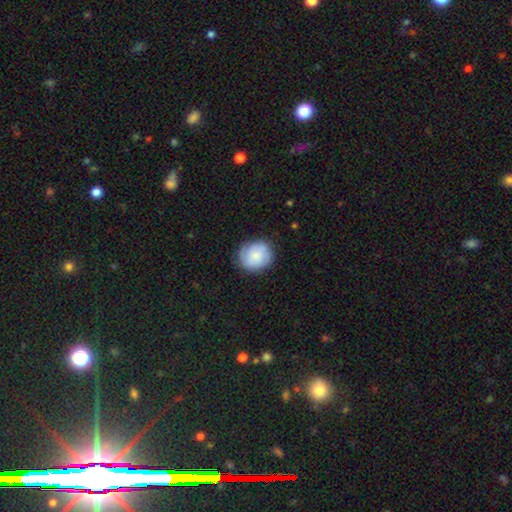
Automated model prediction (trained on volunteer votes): Q: Smooth or featured?
A: smooth (75%); runner-up: featured or disk (18%)
Q: How rounded?
A: round (81%); runner-up: in between (18%)
Q: Merging?
A: none (79%); runner-up: minor disturbance (15%)